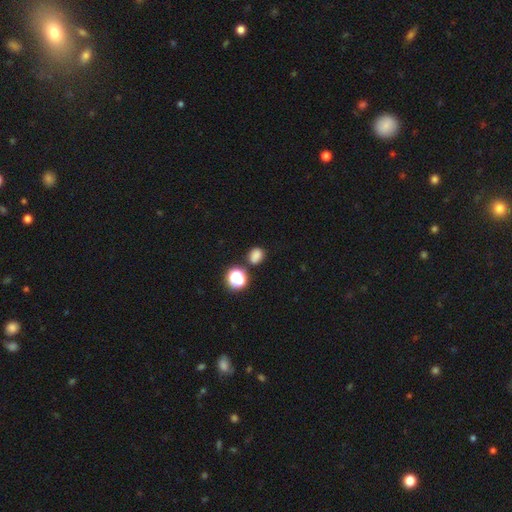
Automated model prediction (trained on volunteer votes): Smooth or featured? Predicted: smooth (p=0.77). How rounded? Predicted: round (p=0.52). Merging? Predicted: none (p=0.74).